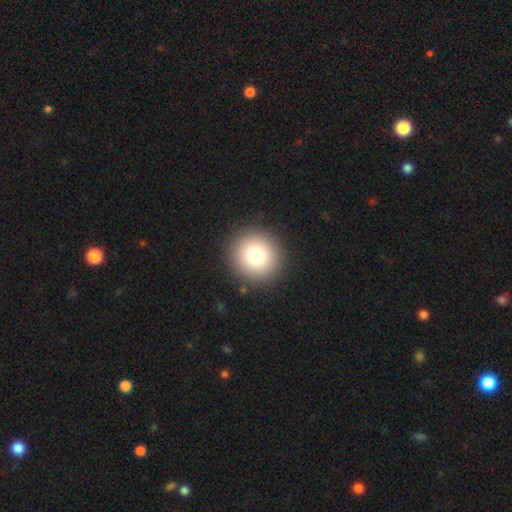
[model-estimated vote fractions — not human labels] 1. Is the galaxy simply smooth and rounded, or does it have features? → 78% smooth, 12% star or artifact, 10% featured or disk.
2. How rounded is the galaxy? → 95% round, 4% in between, 1% cigar-shaped.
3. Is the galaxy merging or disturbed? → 92% none, 5% minor disturbance, 2% major disturbance, 1% merger.